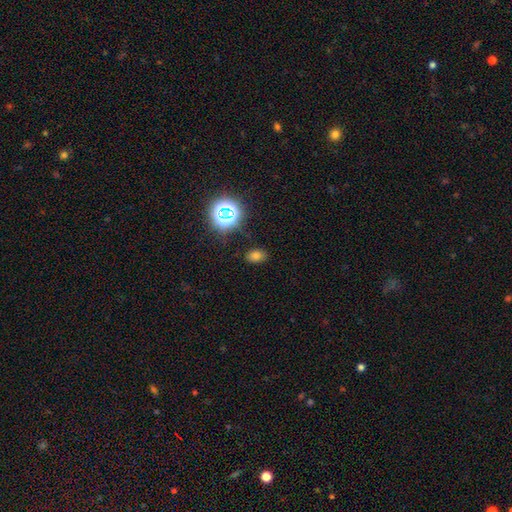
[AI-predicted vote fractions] smooth 69%, star or artifact 24%, featured or disk 7%. Down the decision tree: how rounded — in between (80%); merging — none (84%).